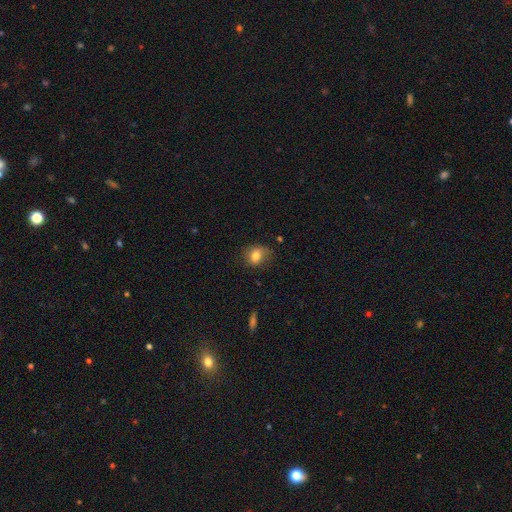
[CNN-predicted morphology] Smooth or featured: smooth — 78% (featured or disk — 12%)
How rounded: round — 51% (in between — 48%)
Merging: none — 70% (minor disturbance — 22%)